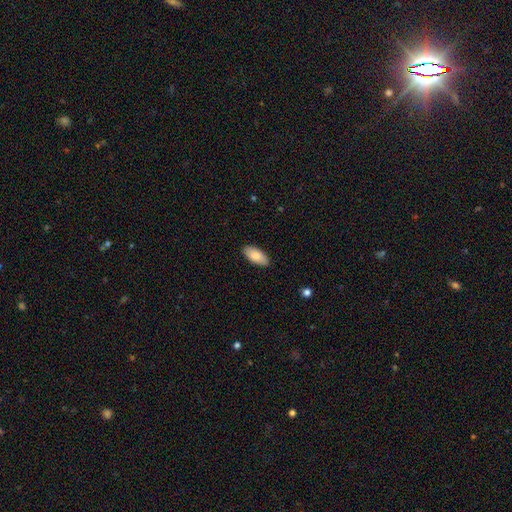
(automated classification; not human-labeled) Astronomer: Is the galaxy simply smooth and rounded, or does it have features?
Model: smooth — 86%.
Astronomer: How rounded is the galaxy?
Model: in between — 90%.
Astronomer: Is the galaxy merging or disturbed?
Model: none — 89%.